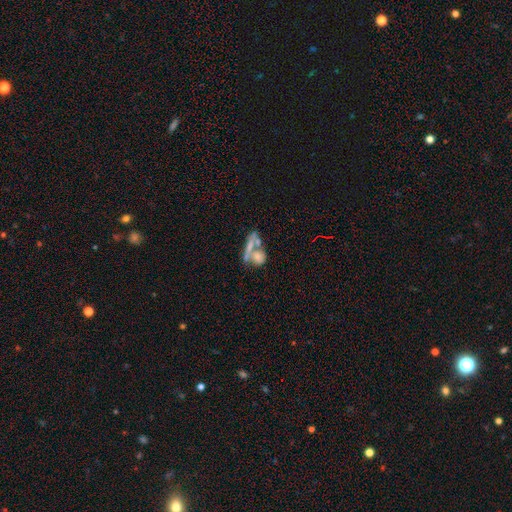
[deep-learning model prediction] This is possibly a smooth galaxy (51%). How rounded: possibly in between (55%). Merging: possibly merger (54%).